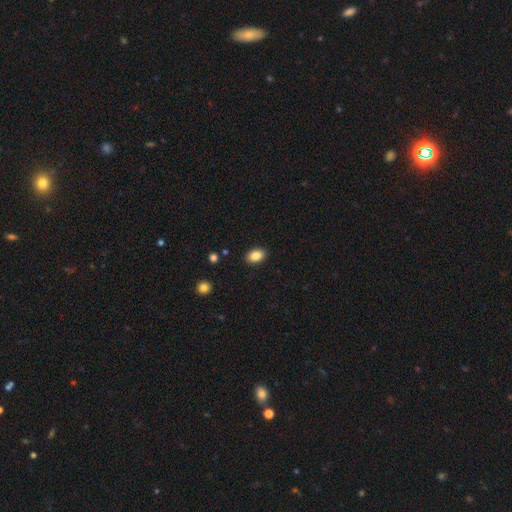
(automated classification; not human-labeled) This is clearly a smooth galaxy (87%). How rounded: clearly in between (81%). Merging: clearly none (89%).